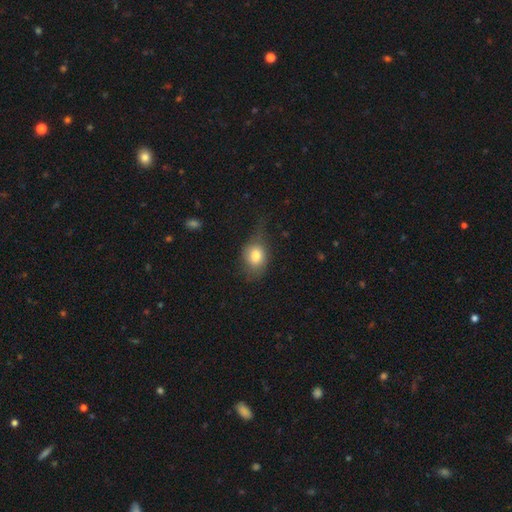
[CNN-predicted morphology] smooth_or_featured: smooth (p=0.77) [alt: featured or disk p=0.14]
how_rounded: in between (p=0.50) [alt: round p=0.48]
merging: none (p=0.47) [alt: minor disturbance p=0.32]